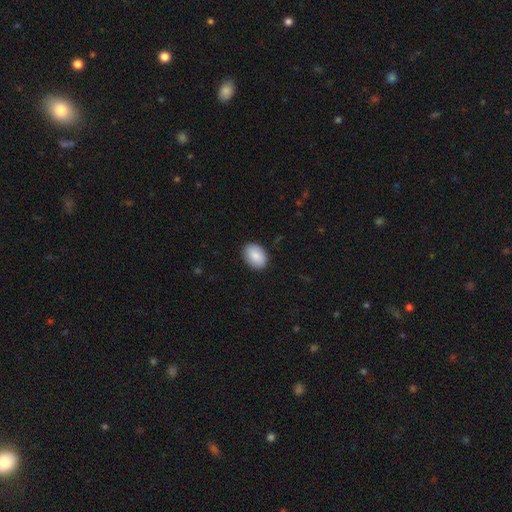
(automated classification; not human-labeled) Smooth or featured?
  - smooth: 88% *
  - featured or disk: 6%
  - star or artifact: 6%
How rounded?
  - in between: 82% *
  - round: 17%
  - cigar-shaped: 1%
Merging?
  - none: 89% *
  - minor disturbance: 9%
  - major disturbance: 2%
  - merger: 1%